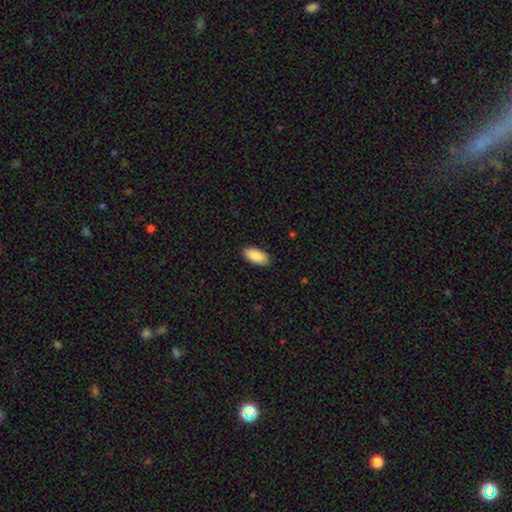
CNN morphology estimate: Smooth or featured? Predicted: smooth (p=0.90). How rounded? Predicted: in between (p=0.92). Merging? Predicted: none (p=0.88).